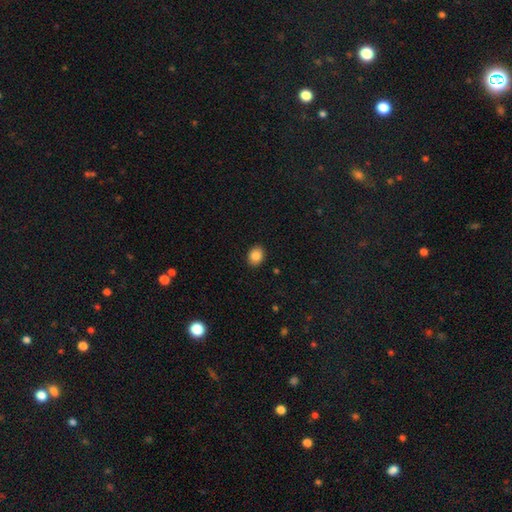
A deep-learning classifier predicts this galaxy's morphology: Smooth or featured: smooth — 87% (star or artifact — 9%)
How rounded: in between — 55% (round — 44%)
Merging: none — 90% (minor disturbance — 7%)